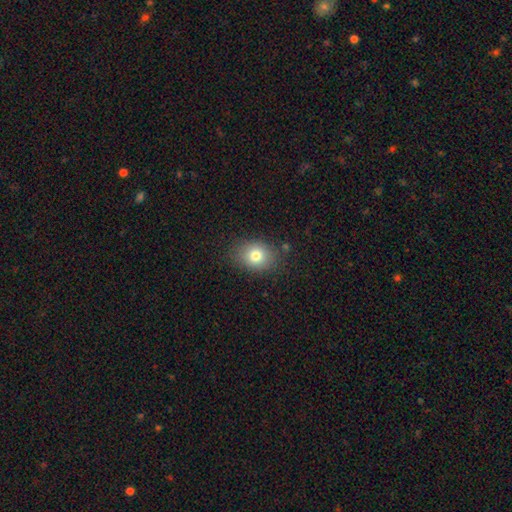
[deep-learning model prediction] Overall: smooth (79%). How rounded: round (50%; in between 49%). Merging: none (82%).